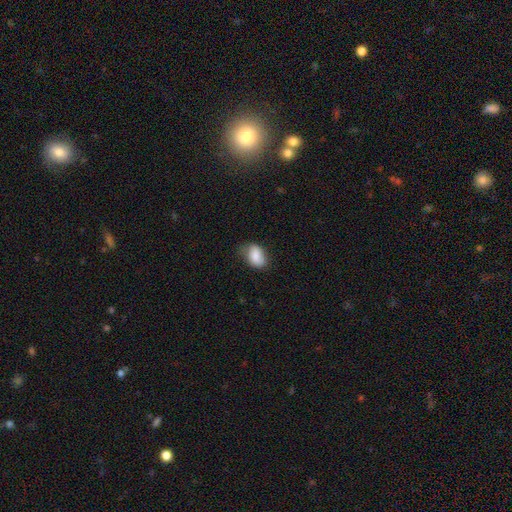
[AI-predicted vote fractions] smooth-or-featured: smooth: 80% | featured or disk: 13% | star or artifact: 7%
  how-rounded: in between: 85% | round: 14% | cigar-shaped: 1%
  merging: none: 62% | minor disturbance: 29% | major disturbance: 7% | merger: 1%